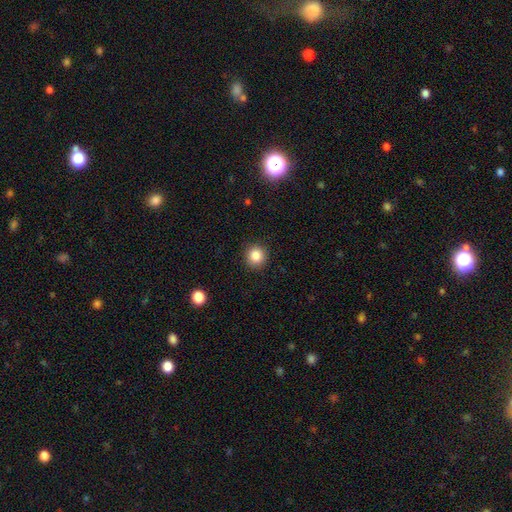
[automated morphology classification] Smooth or featured? smooth (85%)
How rounded? round (92%)
Merging? none (91%)